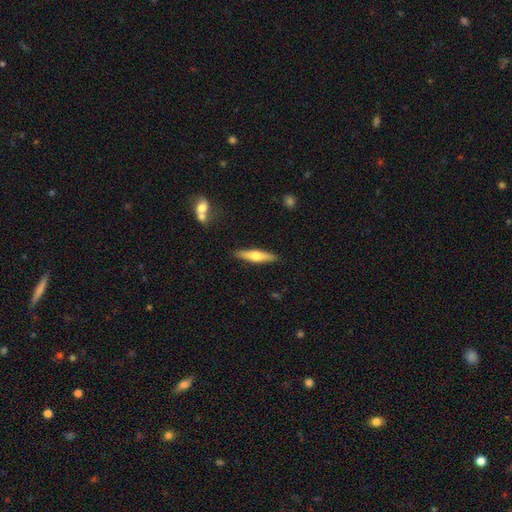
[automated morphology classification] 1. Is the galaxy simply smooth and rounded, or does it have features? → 50% smooth, 44% featured or disk, 6% star or artifact.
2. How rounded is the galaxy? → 82% cigar-shaped, 17% in between, 2% round.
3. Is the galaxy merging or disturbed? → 88% none, 8% minor disturbance, 2% merger, 2% major disturbance.